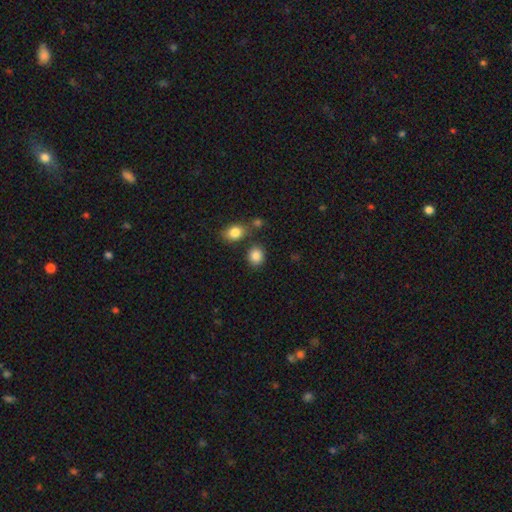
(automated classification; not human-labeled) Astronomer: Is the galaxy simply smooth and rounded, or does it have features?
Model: smooth — 86%.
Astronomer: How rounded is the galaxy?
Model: round — 71%.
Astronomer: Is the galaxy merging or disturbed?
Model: none — 78%.